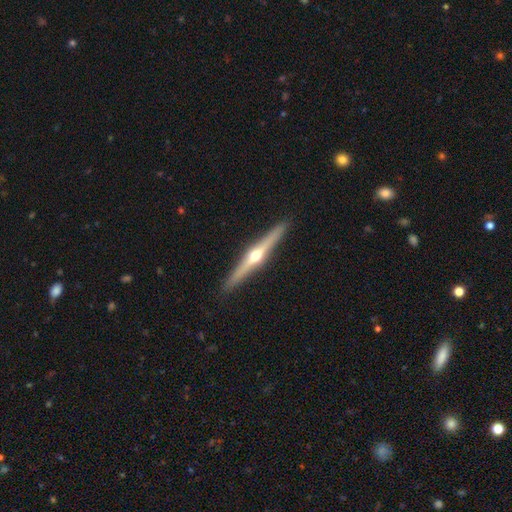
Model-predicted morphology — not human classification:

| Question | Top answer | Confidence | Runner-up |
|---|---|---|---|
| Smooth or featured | featured or disk | 78% | smooth (17%) |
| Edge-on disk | yes | 98% | no (2%) |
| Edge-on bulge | rounded | 94% | none (4%) |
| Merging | none | 91% | minor disturbance (6%) |